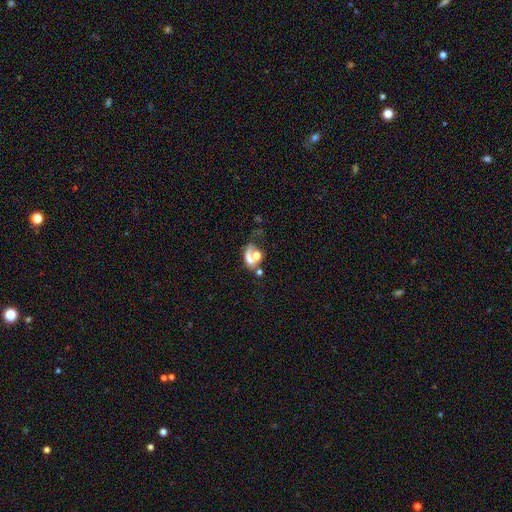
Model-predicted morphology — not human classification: type=smooth (48%); merging=merger (49%).